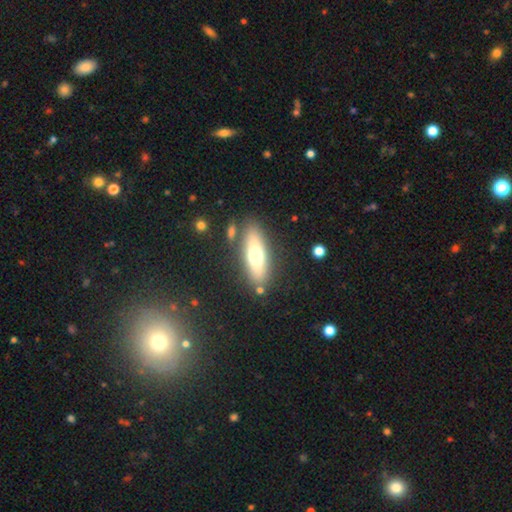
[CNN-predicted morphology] Smooth or featured? Predicted: smooth (p=0.58). How rounded? Predicted: in between (p=0.55). Merging? Predicted: none (p=0.80).